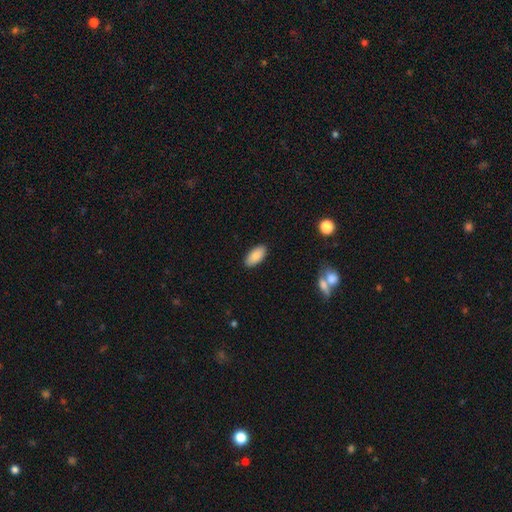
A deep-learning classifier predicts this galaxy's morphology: This is clearly a smooth galaxy (85%). How rounded: clearly in between (92%). Merging: clearly none (89%).